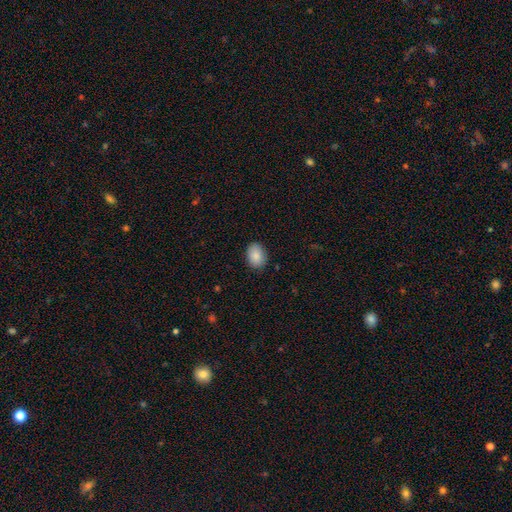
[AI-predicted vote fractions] This appears to be a smooth galaxy with no disk features (88%) that is in between round and cigar-shaped (77%). Merging: none (87%).